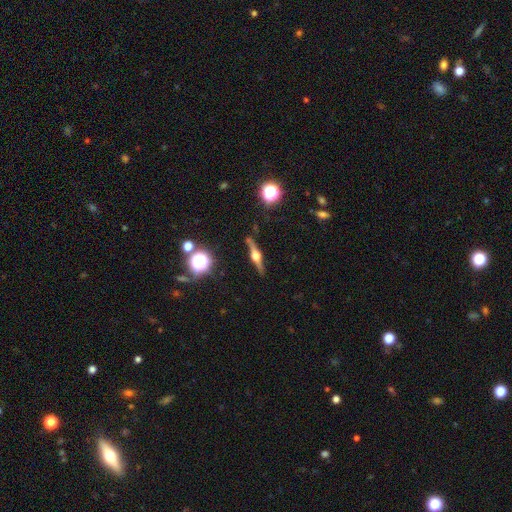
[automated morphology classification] This is clearly a featured or disk galaxy (80%). It is clearly viewed edge-on (96%). Edge-on bulge: clearly rounded (95%). Merging: clearly none (84%).